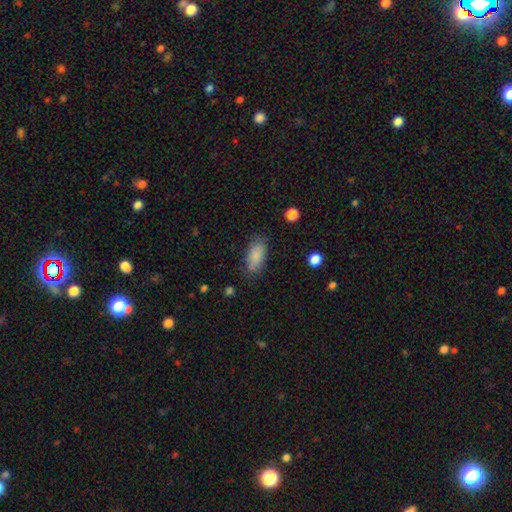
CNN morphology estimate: Smooth or featured: smooth — 86% (star or artifact — 7%)
How rounded: in between — 90% (cigar-shaped — 7%)
Merging: none — 78% (minor disturbance — 15%)